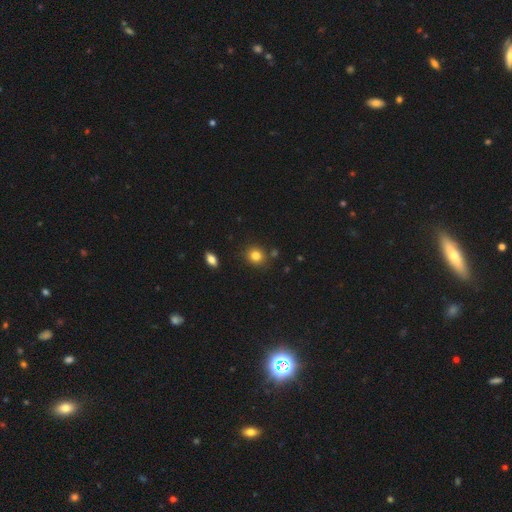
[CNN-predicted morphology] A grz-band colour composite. It shows a smooth galaxy with no disk features (82%) that is round (79%). Merging: none (83%).